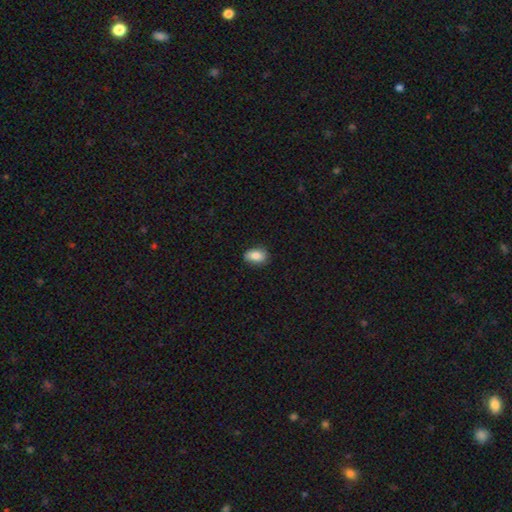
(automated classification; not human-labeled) The model was most divided on "merging": none: 79%, minor disturbance: 17%, major disturbance: 3%, merger: 1%. More confident: how rounded — in between (84%); smooth or featured — smooth (79%).